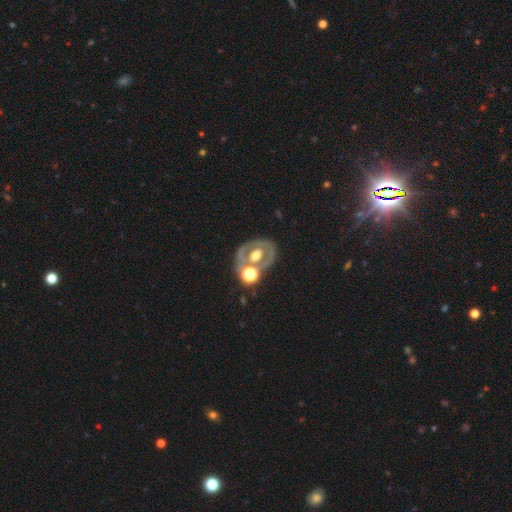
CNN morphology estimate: Smooth or featured?
  - featured or disk: 61% *
  - smooth: 28%
  - star or artifact: 10%
Edge-on disk?
  - no: 93% *
  - yes: 7%
Bar?
  - no: 76% *
  - weak: 16%
  - strong: 8%
Spiral arms?
  - no: 81% *
  - yes: 19%
Bulge size?
  - moderate: 59% *
  - large: 27%
  - small: 8%
  - dominant: 3%
  - none: 3%
Merging?
  - none: 57% *
  - merger: 20%
  - minor disturbance: 15%
  - major disturbance: 8%